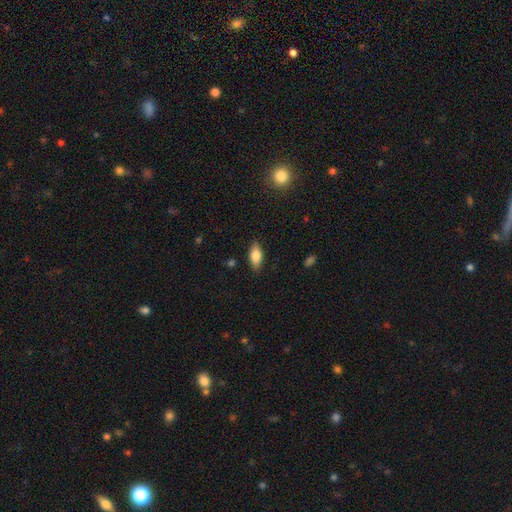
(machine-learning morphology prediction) The model was most divided on "smooth or featured": smooth: 76%, featured or disk: 17%, star or artifact: 7%. More confident: merging — none (85%); how rounded — in between (84%).